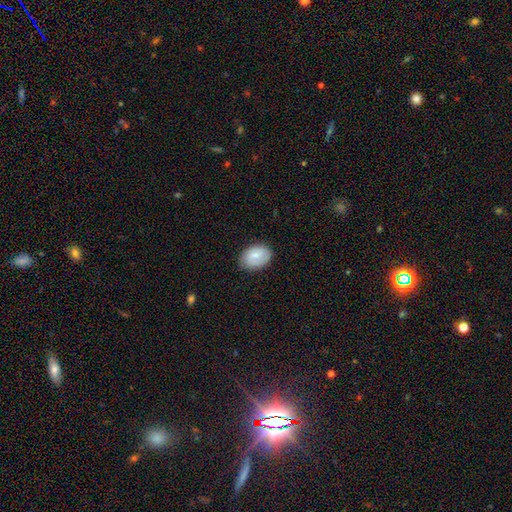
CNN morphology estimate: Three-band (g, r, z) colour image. It shows a smooth galaxy with no disk features (72%) that is in between round and cigar-shaped (82%). Merging: none (80%).